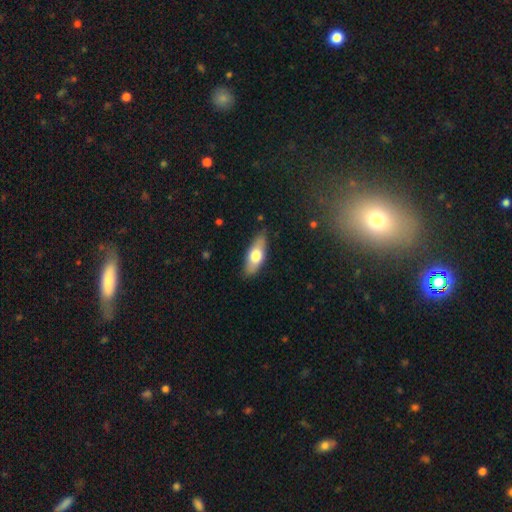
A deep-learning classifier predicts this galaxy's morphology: Overall: smooth (62%; featured or disk 32%). How rounded: in between (73%). Merging: none (81%).